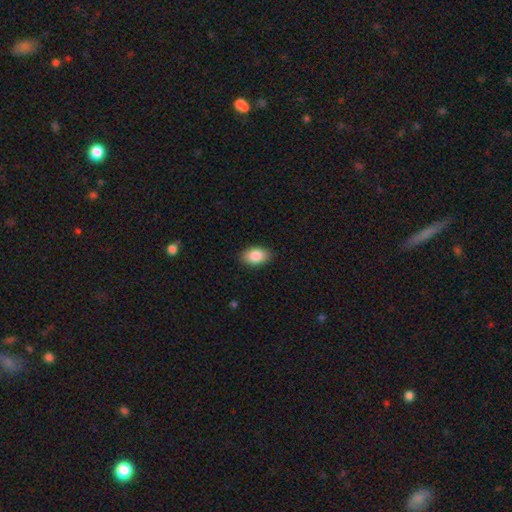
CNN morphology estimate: Smooth or featured? Predicted: smooth (p=0.86). How rounded? Predicted: in between (p=0.89). Merging? Predicted: none (p=0.88).